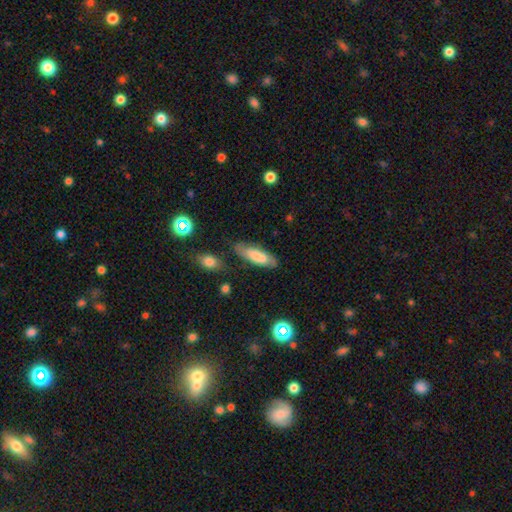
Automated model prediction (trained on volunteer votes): smooth-or-featured: smooth: 63% | featured or disk: 30% | star or artifact: 7%
  how-rounded: in between: 58% | cigar-shaped: 40% | round: 2%
  merging: none: 71% | minor disturbance: 19% | major disturbance: 6% | merger: 4%